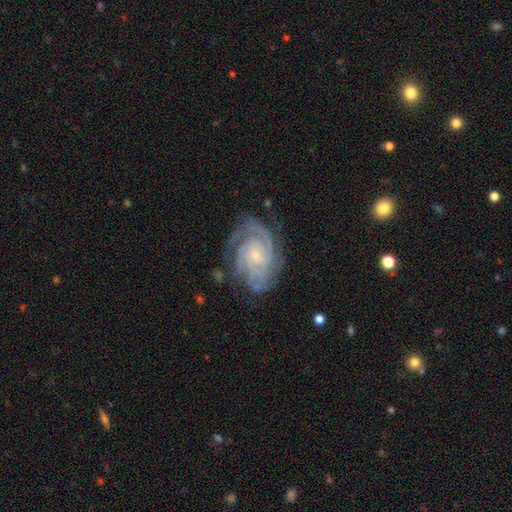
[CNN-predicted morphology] The model was most divided on "spiral arm count": 3: 30%, 2: 25%, can't tell: 18%, 4: 15%, more than 4: 7%, 1: 6%. More confident: spiral arms — yes (98%); edge-on disk — no (98%); smooth or featured — featured or disk (90%); spiral winding — tight (74%); merging — none (74%); bulge size — small (73%); bar — no (67%).